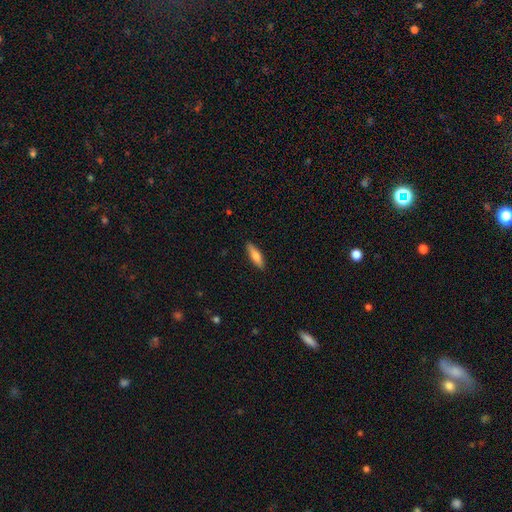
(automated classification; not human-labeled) Smooth or featured?
  - smooth: 77% *
  - featured or disk: 18%
  - star or artifact: 6%
How rounded?
  - cigar-shaped: 57% *
  - in between: 41%
  - round: 2%
Merging?
  - none: 88% *
  - minor disturbance: 9%
  - major disturbance: 2%
  - merger: 1%